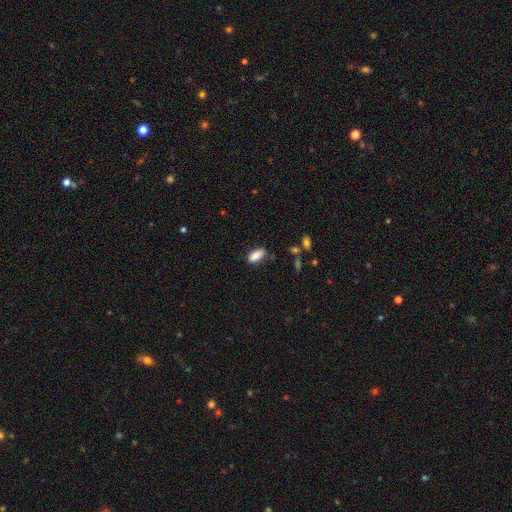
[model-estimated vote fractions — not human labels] Overall: smooth (86%). How rounded: in between (87%). Merging: none (76%).